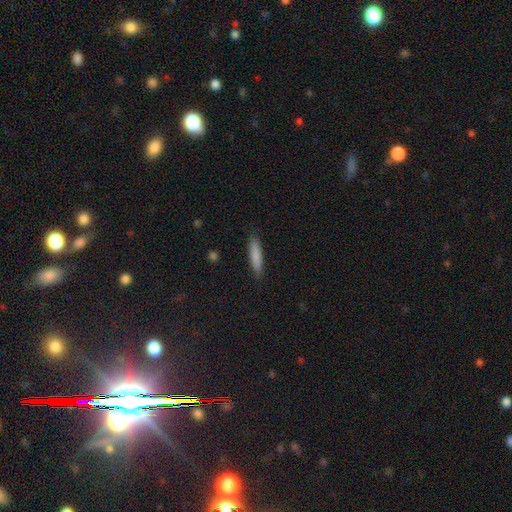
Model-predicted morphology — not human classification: The model was most divided on "how rounded": cigar-shaped: 83%, in between: 15%, round: 1%. More confident: merging — none (88%); smooth or featured — smooth (84%).